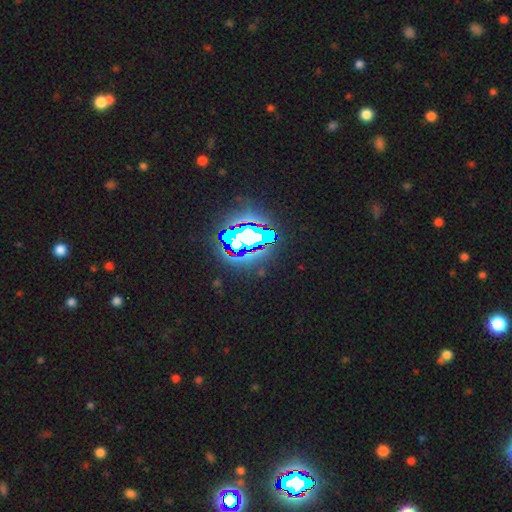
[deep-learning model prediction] This is clearly a star or artifact rather than a galaxy (85%).